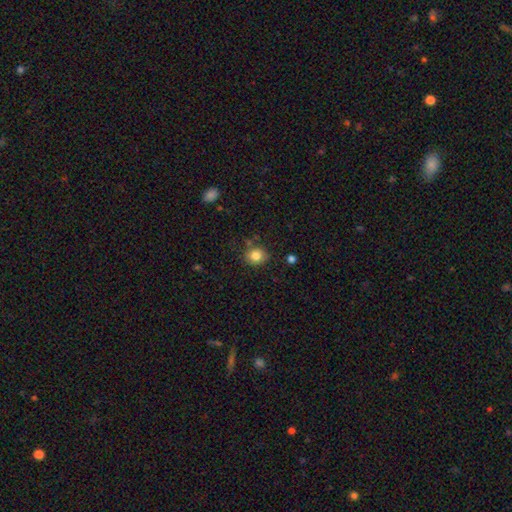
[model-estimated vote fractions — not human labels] This appears to be a smooth galaxy with no disk features (82%) that is round (70%). Merging: none (79%).